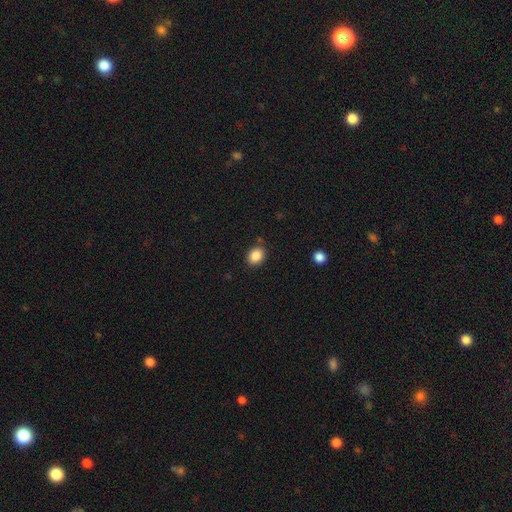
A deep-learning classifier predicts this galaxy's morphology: A smooth galaxy with no disk features (87%) that is round (54%).

Vote fractions:
- Smooth or featured? smooth: 87% / star or artifact: 9% / featured or disk: 4%
- How rounded? round: 54% / in between: 45% / cigar-shaped: 1%
- Merging? none: 85% / minor disturbance: 10% / major disturbance: 3% / merger: 2%